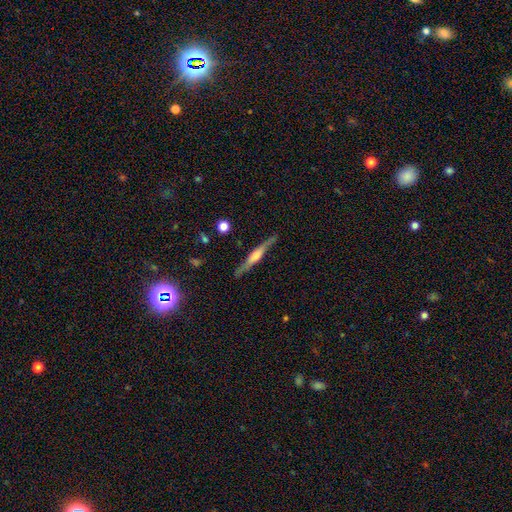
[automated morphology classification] featured or disk 69%, smooth 26%, star or artifact 6%. Down the decision tree: edge-on disk — yes (97%); edge-on bulge — rounded (55%); merging — none (86%).